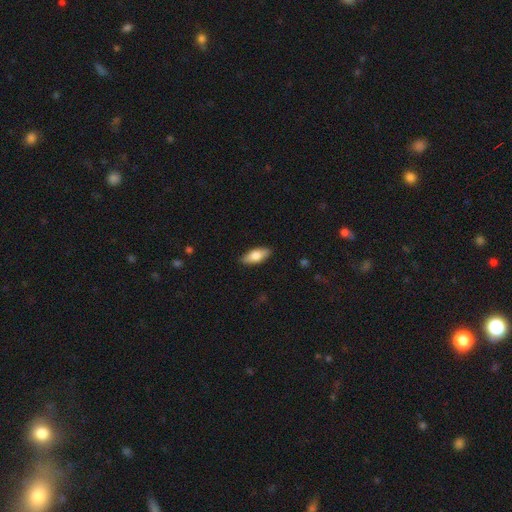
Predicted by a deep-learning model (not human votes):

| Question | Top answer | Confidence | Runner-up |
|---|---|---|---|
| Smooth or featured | smooth | 75% | featured or disk (19%) |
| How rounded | in between | 80% | cigar-shaped (18%) |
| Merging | none | 88% | minor disturbance (9%) |